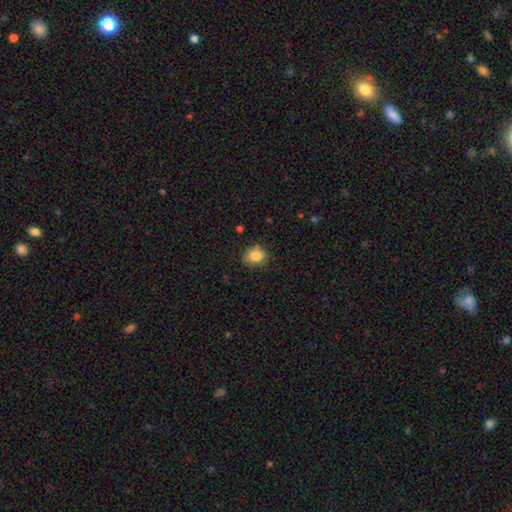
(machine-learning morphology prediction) This is clearly a smooth galaxy (86%). How rounded: possibly round (60%). Merging: likely none (73%).